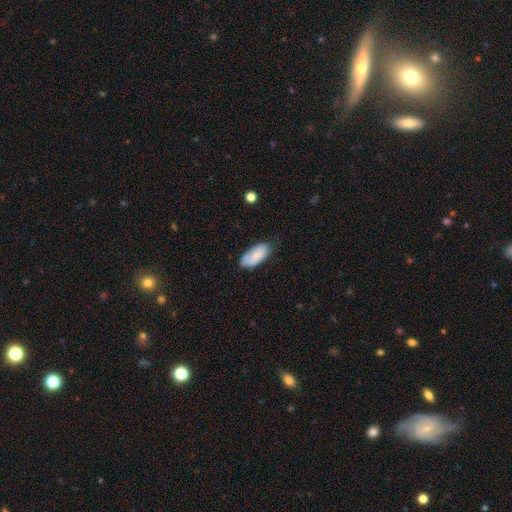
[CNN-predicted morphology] smooth 79%, featured or disk 14%, star or artifact 6%. Down the decision tree: how rounded — in between (90%); merging — none (64%).